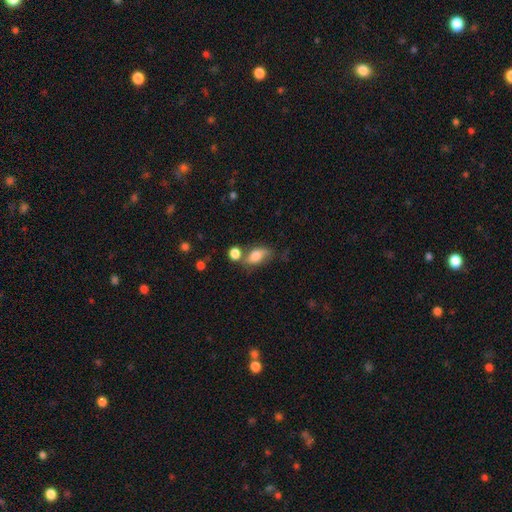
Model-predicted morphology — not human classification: A smooth galaxy with no disk features (69%) that is in between round and cigar-shaped (84%).

Vote fractions:
- Smooth or featured? smooth: 69% / featured or disk: 21% / star or artifact: 10%
- How rounded? in between: 84% / round: 11% / cigar-shaped: 5%
- Merging? none: 44% / minor disturbance: 23% / merger: 21% / major disturbance: 12%